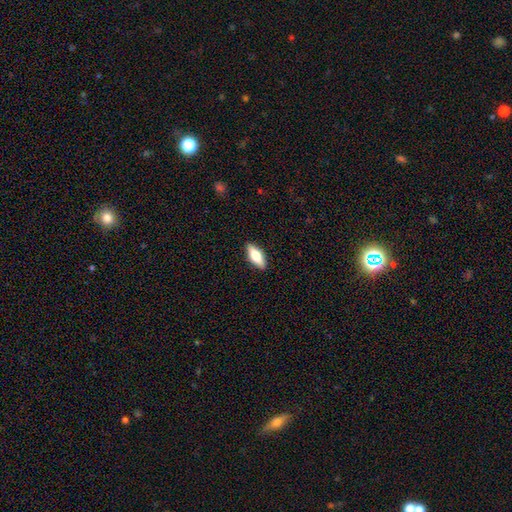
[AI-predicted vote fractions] smooth-or-featured: smooth: 61% | featured or disk: 33% | star or artifact: 6%
  how-rounded: in between: 69% | cigar-shaped: 29% | round: 3%
  merging: none: 89% | minor disturbance: 8% | major disturbance: 2% | merger: 1%